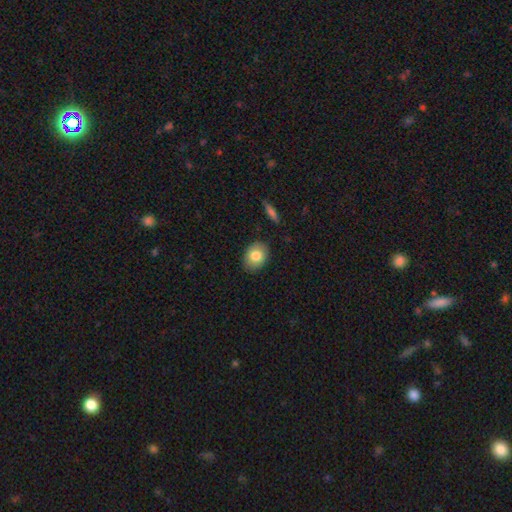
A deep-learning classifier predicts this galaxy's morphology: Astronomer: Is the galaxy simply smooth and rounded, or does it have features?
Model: smooth — 80%.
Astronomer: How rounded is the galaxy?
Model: in between — 65%.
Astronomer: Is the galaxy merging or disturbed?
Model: none — 87%.